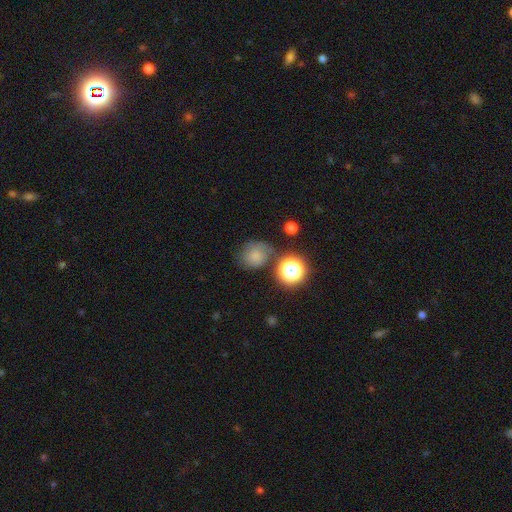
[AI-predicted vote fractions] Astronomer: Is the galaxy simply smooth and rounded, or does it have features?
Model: smooth — 71%.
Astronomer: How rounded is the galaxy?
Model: round — 79%.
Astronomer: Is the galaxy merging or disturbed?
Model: none — 63%.